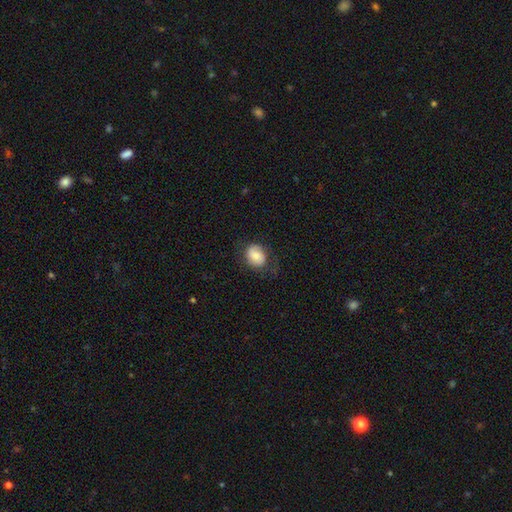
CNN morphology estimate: This is likely a smooth galaxy (73%). How rounded: possibly in between (54%). Merging: likely none (61%).